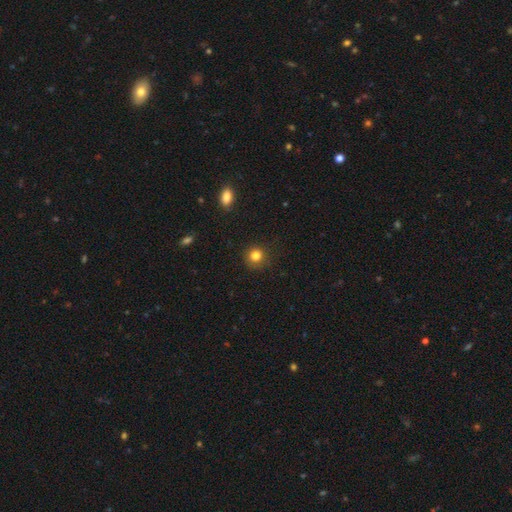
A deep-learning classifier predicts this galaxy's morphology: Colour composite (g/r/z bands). It shows a smooth galaxy with no disk features (83%) that is round (90%). Merging: none (86%).